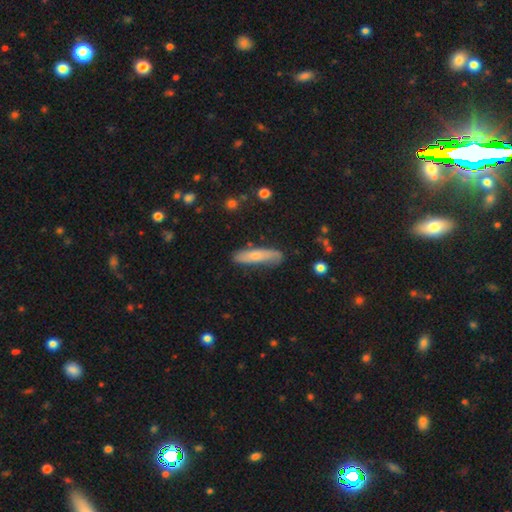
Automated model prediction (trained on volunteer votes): Smooth or featured?
  - smooth: 64% *
  - featured or disk: 30%
  - star or artifact: 6%
How rounded?
  - cigar-shaped: 78% *
  - in between: 21%
  - round: 2%
Merging?
  - none: 75% *
  - minor disturbance: 19%
  - major disturbance: 4%
  - merger: 2%